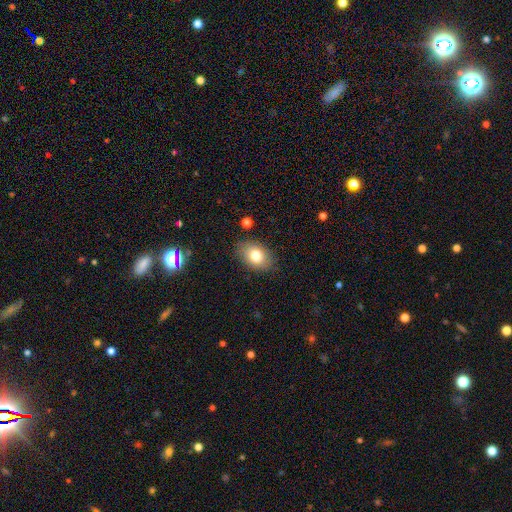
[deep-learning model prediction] smooth_or_featured: smooth (p=0.80) [alt: featured or disk p=0.12]
how_rounded: in between (p=0.84) [alt: round p=0.15]
merging: none (p=0.84) [alt: minor disturbance p=0.12]